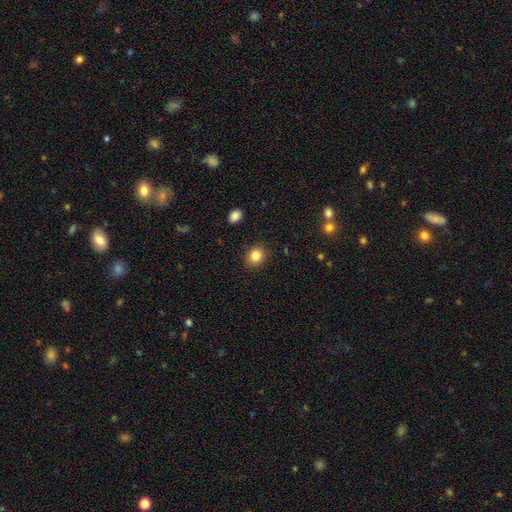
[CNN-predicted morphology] The model was most divided on "how rounded": round: 66%, in between: 34%, cigar-shaped: 1%. More confident: merging — none (88%); smooth or featured — smooth (83%).